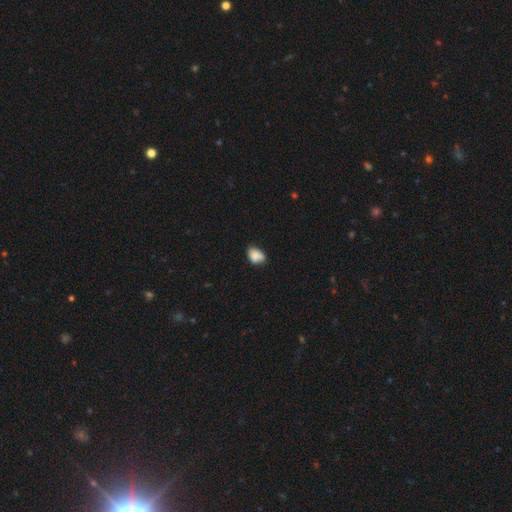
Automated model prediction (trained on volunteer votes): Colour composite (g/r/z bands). It shows a smooth galaxy with no disk features (77%) that is in between round and cigar-shaped (74%). Merging: none (49%).